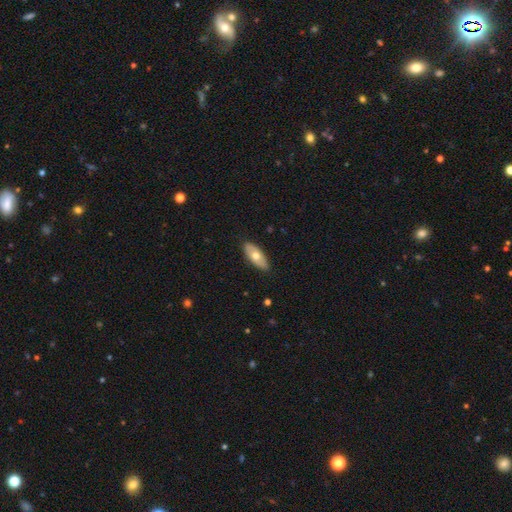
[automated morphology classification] Smooth or featured? Predicted: smooth (p=0.63). How rounded? Predicted: in between (p=0.84). Merging? Predicted: none (p=0.87).